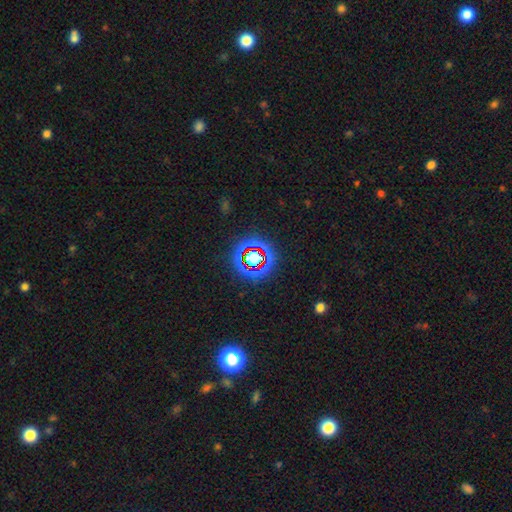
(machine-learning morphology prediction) This appears to be a star or artifact, not a galaxy (71%).